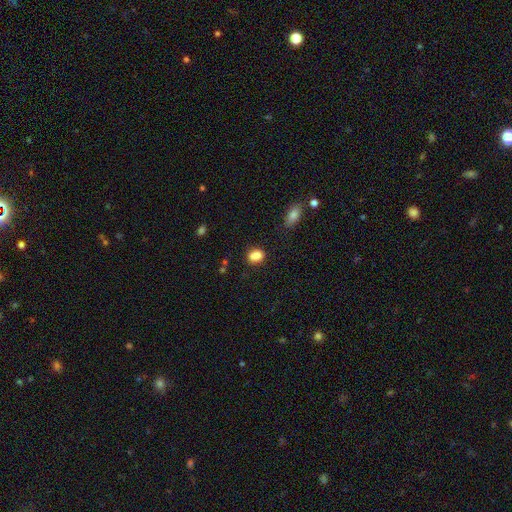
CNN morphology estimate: Q: Smooth or featured?
A: smooth (85%); runner-up: star or artifact (10%)
Q: How rounded?
A: in between (58%); runner-up: round (41%)
Q: Merging?
A: none (71%); runner-up: minor disturbance (15%)